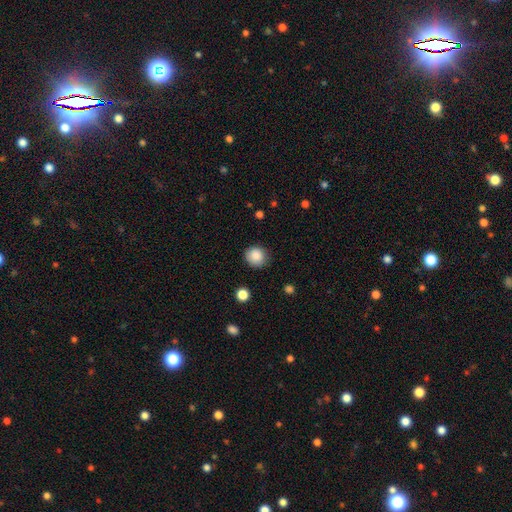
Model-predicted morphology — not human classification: A smooth galaxy with no disk features (87%) that is round (87%). Merging: none (84%).